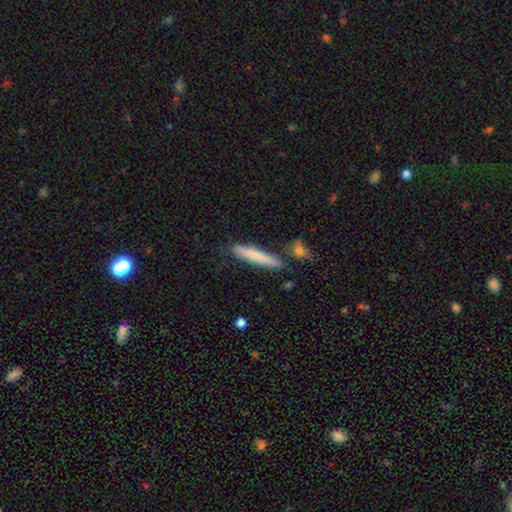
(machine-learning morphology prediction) Overall: smooth (72%). How rounded: cigar-shaped (94%). Merging: none (80%).